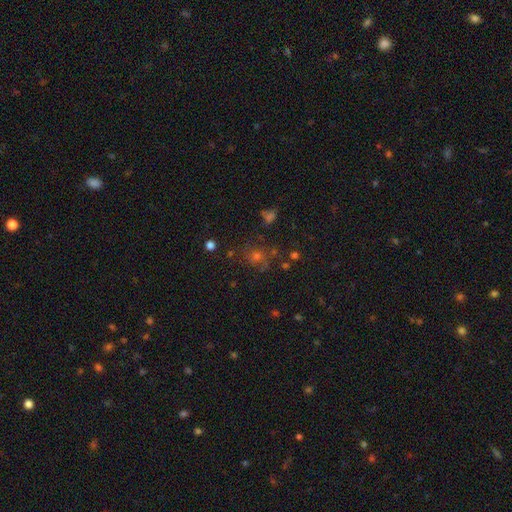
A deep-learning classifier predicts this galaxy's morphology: Smooth or featured? smooth (39%)
Merging? none (70%)